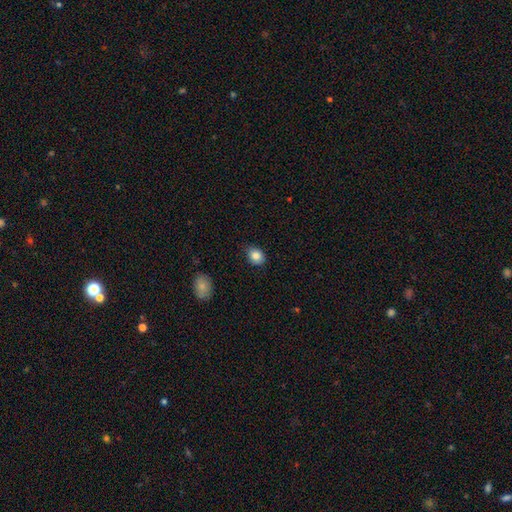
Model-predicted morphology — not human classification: Smooth or featured: smooth — 85% (star or artifact — 9%)
How rounded: in between — 55% (round — 44%)
Merging: none — 79% (minor disturbance — 17%)